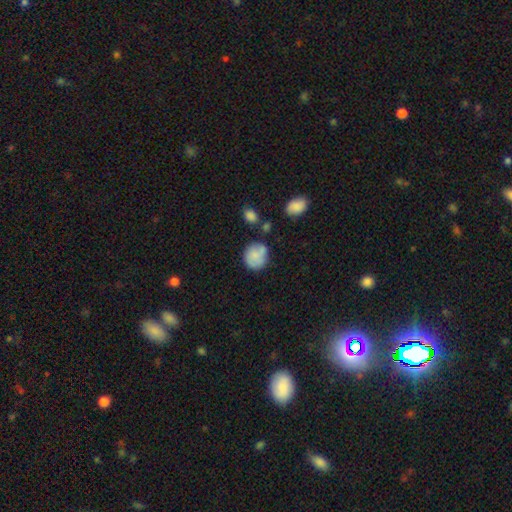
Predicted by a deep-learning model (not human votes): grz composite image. It shows a smooth galaxy with no disk features (75%) that is round (79%). Merging: none (61%).